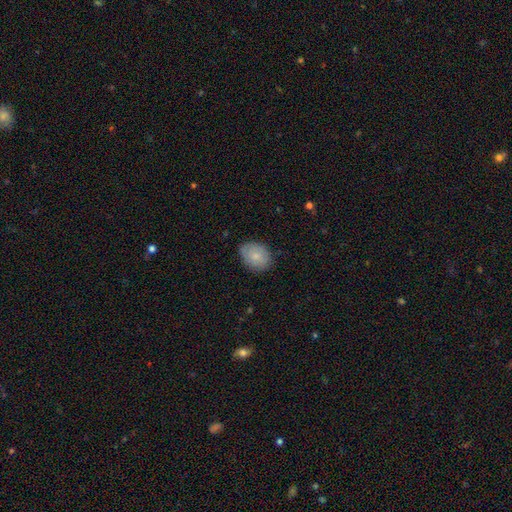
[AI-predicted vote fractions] Smooth or featured? smooth (76%)
How rounded? in between (68%)
Merging? none (78%)